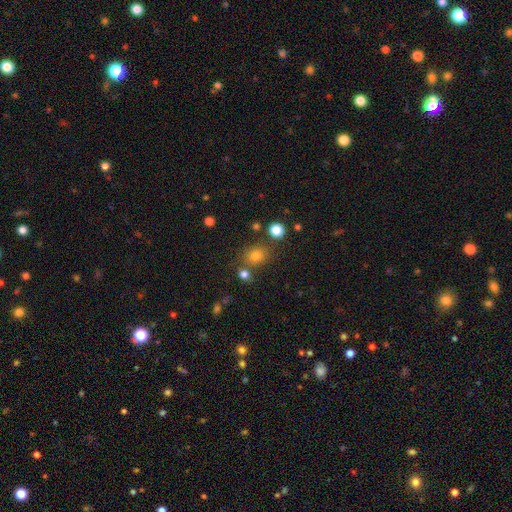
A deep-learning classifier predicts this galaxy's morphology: smooth_or_featured: smooth (p=0.76) [alt: star or artifact p=0.17]
how_rounded: round (p=0.71) [alt: in between p=0.28]
merging: none (p=0.74) [alt: minor disturbance p=0.11]